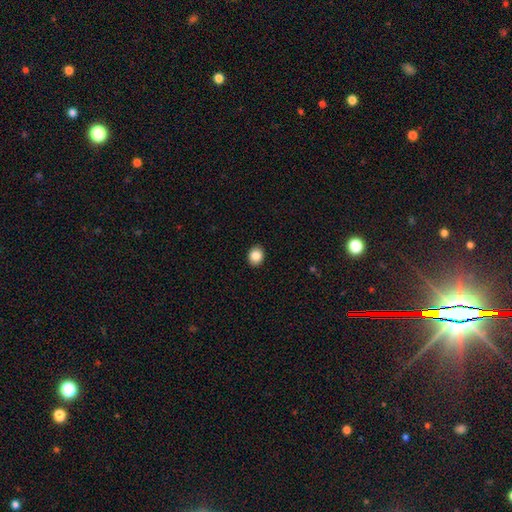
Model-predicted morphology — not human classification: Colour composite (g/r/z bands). It shows a smooth galaxy with no disk features (85%) that is round (64%). Merging: none (92%).